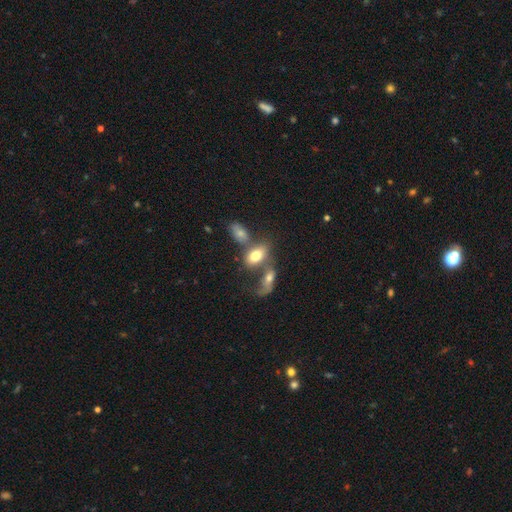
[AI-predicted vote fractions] Morphology: type=star or artifact (47%).